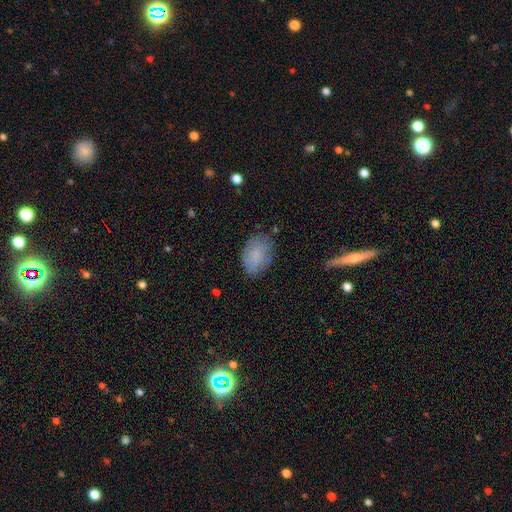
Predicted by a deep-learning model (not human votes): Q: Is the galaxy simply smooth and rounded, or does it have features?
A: smooth — 78%.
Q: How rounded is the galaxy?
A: in between — 88%.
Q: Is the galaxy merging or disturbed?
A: none — 74%.